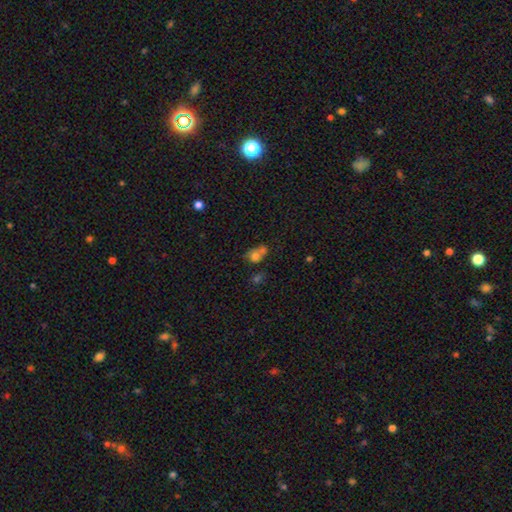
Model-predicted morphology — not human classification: Smooth or featured? smooth (72%)
How rounded? round (59%)
Merging? merger (50%)